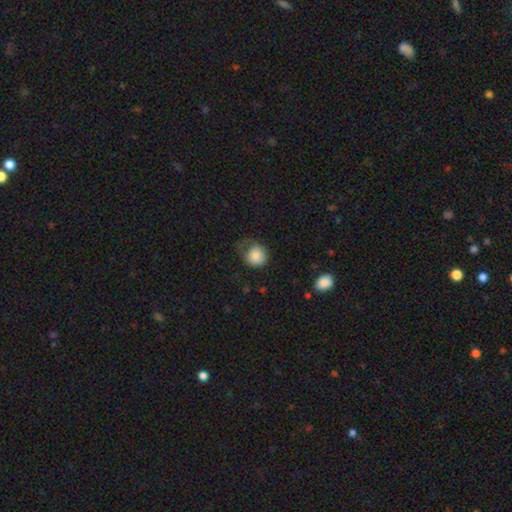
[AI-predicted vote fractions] Overall: smooth (82%). How rounded: round (83%). Merging: none (38%; major disturbance 31%).